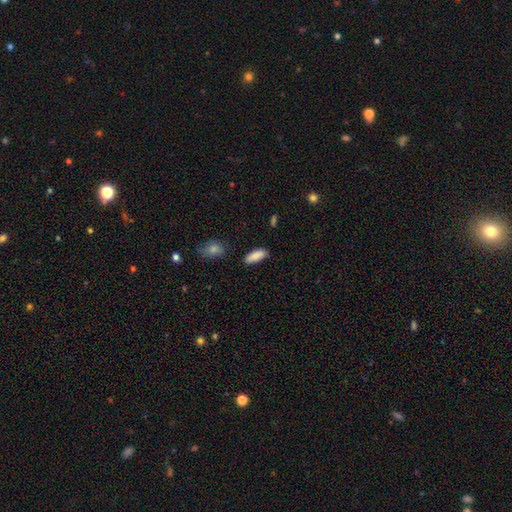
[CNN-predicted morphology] The model was most divided on "how rounded": in between: 76%, cigar-shaped: 23%, round: 2%. More confident: smooth or featured — smooth (88%); merging — none (79%).